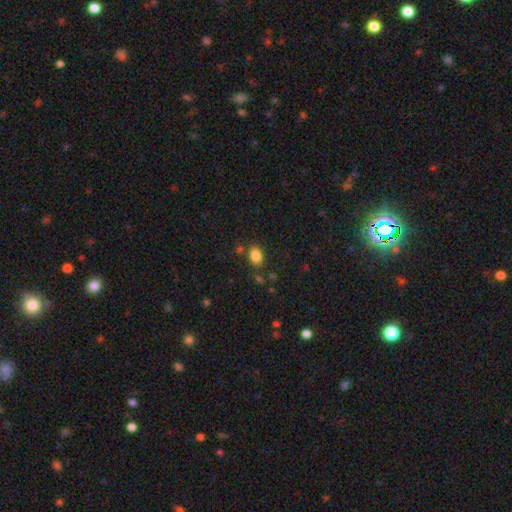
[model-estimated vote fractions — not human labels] Q: Smooth or featured?
A: smooth (85%); runner-up: star or artifact (10%)
Q: How rounded?
A: in between (79%); runner-up: round (20%)
Q: Merging?
A: none (79%); runner-up: minor disturbance (12%)